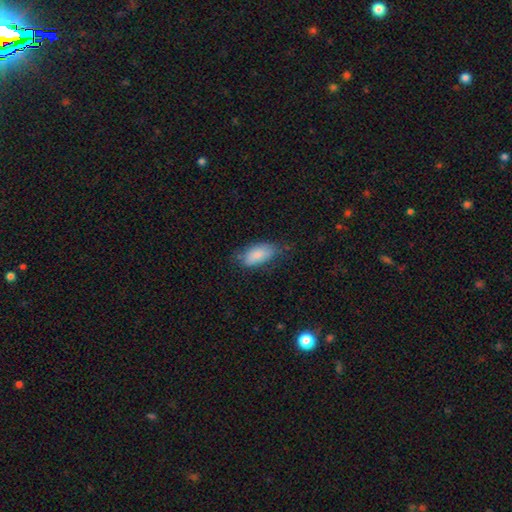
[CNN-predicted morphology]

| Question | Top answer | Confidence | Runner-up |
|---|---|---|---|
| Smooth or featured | smooth | 84% | featured or disk (9%) |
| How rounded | in between | 91% | cigar-shaped (6%) |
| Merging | none | 61% | minor disturbance (29%) |